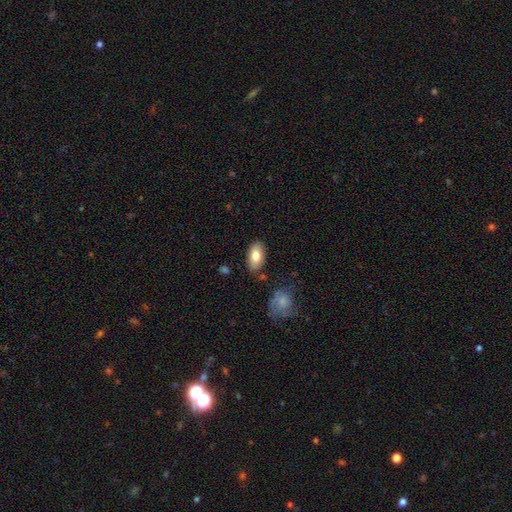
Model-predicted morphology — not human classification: Smooth or featured? Predicted: smooth (p=0.81). How rounded? Predicted: in between (p=0.93). Merging? Predicted: none (p=0.82).